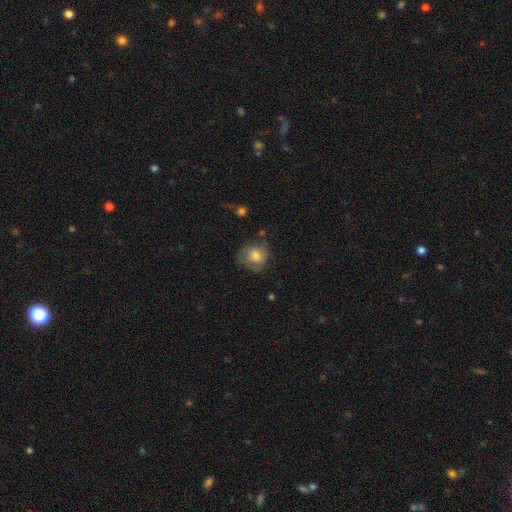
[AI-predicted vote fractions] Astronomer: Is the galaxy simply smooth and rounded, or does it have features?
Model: smooth — 65%.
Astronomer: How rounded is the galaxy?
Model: round — 72%.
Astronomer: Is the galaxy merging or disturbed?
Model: none — 56%.